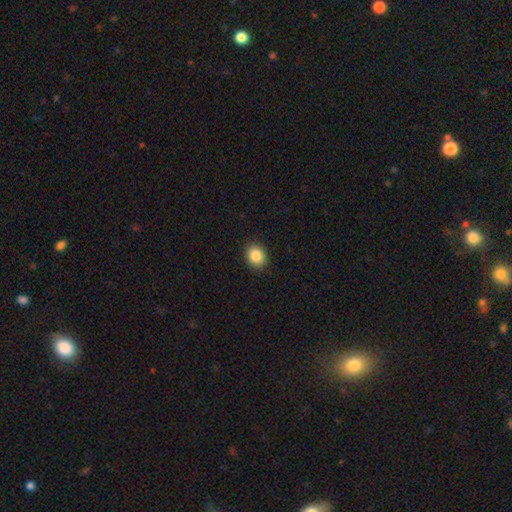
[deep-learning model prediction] smooth_or_featured: smooth (p=0.86) [alt: star or artifact p=0.09]
how_rounded: round (p=0.53) [alt: in between p=0.46]
merging: none (p=0.90) [alt: minor disturbance p=0.07]